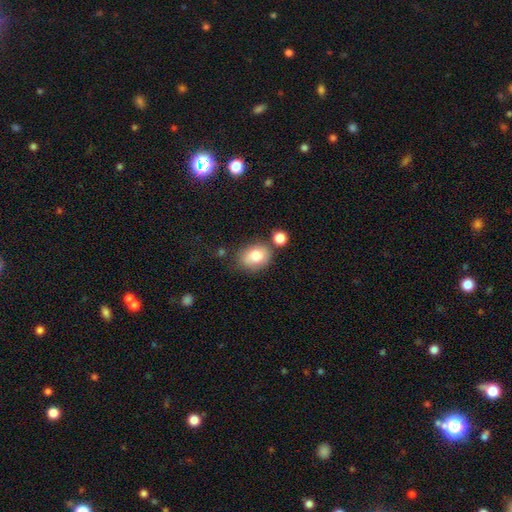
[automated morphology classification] smooth-or-featured: smooth: 83% | featured or disk: 9% | star or artifact: 8%
  how-rounded: in between: 69% | round: 30% | cigar-shaped: 1%
  merging: none: 61% | minor disturbance: 20% | merger: 12% | major disturbance: 6%